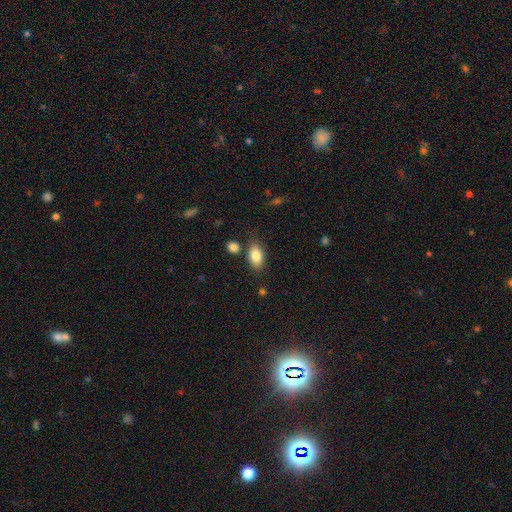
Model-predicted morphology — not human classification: smooth-or-featured: smooth: 83% | featured or disk: 9% | star or artifact: 8%
  how-rounded: in between: 88% | round: 9% | cigar-shaped: 3%
  merging: none: 75% | minor disturbance: 14% | merger: 7% | major disturbance: 4%